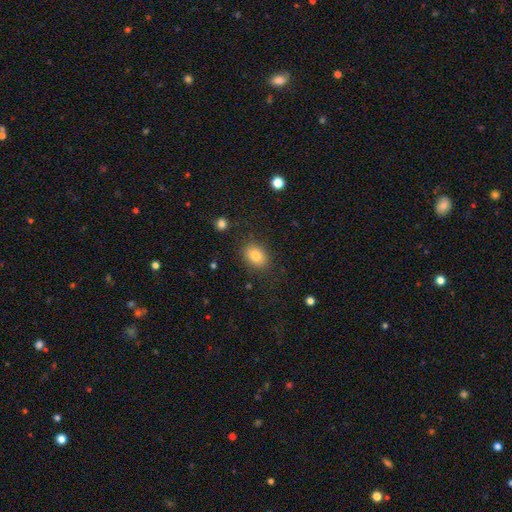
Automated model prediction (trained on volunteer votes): smooth_or_featured: smooth (p=0.81) [alt: star or artifact p=0.10]
how_rounded: in between (p=0.68) [alt: round p=0.31]
merging: none (p=0.84) [alt: minor disturbance p=0.11]